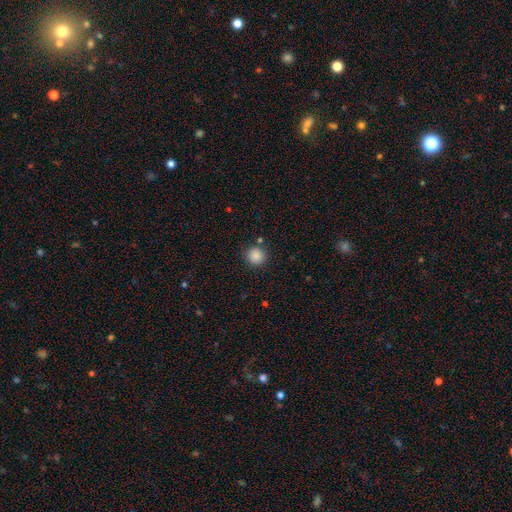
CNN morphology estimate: Smooth or featured? Predicted: smooth (p=0.87). How rounded? Predicted: round (p=0.92). Merging? Predicted: none (p=0.85).